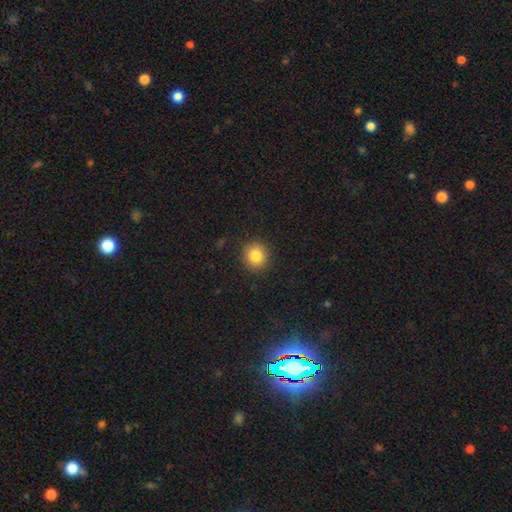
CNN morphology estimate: The model was most divided on "smooth or featured": smooth: 84%, star or artifact: 10%, featured or disk: 6%. More confident: merging — none (89%); how rounded — round (87%).